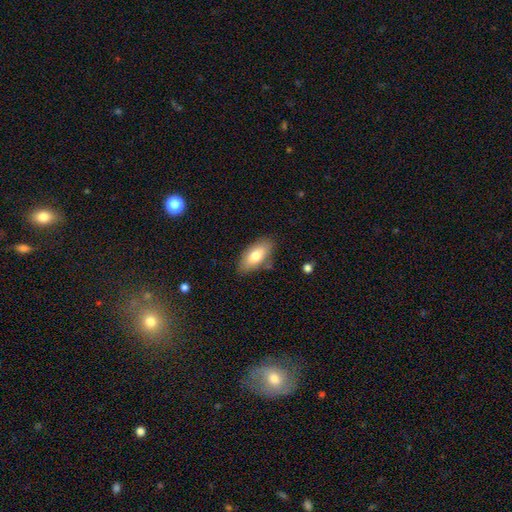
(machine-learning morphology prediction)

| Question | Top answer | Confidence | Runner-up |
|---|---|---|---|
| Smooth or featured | smooth | 75% | featured or disk (18%) |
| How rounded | in between | 88% | cigar-shaped (9%) |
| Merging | none | 79% | minor disturbance (15%) |